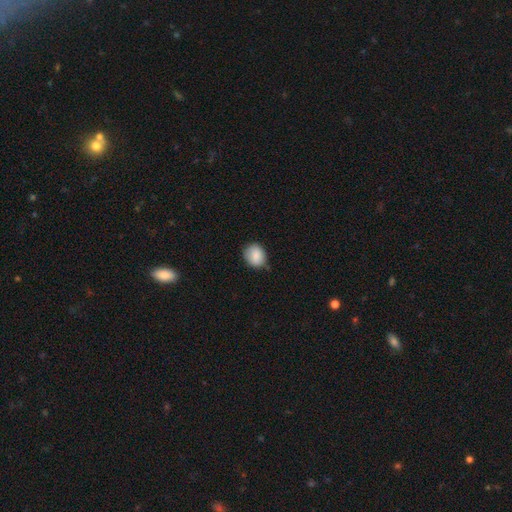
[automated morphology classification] Smooth or featured?
  - smooth: 88% *
  - star or artifact: 8%
  - featured or disk: 5%
How rounded?
  - round: 67% *
  - in between: 32%
  - cigar-shaped: 1%
Merging?
  - none: 77% *
  - minor disturbance: 18%
  - major disturbance: 3%
  - merger: 1%